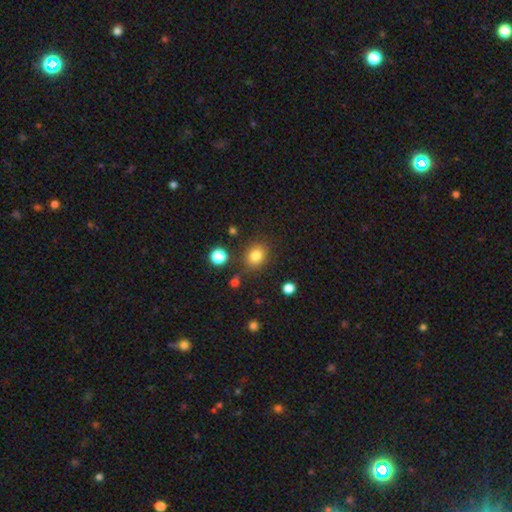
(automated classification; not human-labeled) A smooth galaxy with no disk features (81%) that is round (60%). Merging: none (81%).